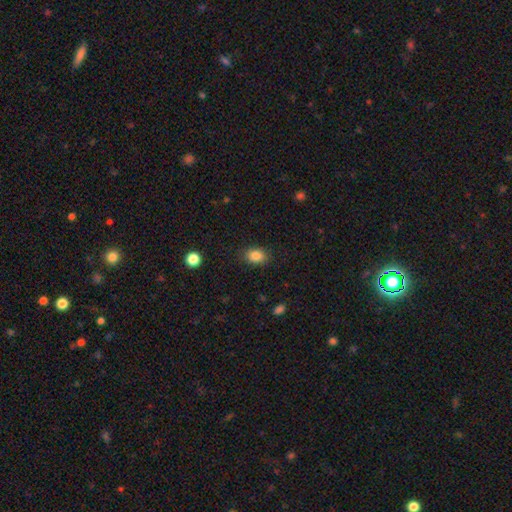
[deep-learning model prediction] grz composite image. It shows a smooth galaxy with no disk features (85%) that is in between round and cigar-shaped (74%). Merging: none (86%).